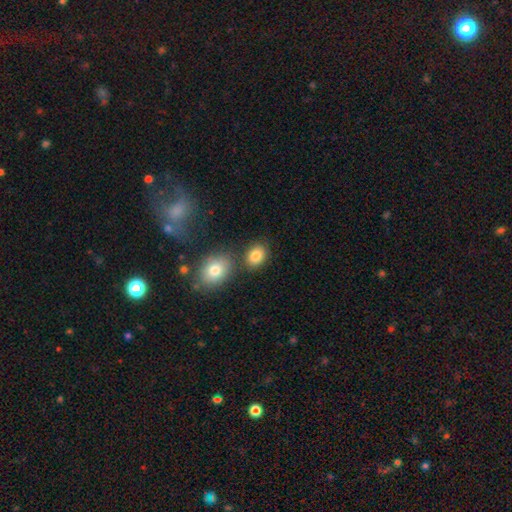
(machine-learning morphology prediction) smooth_or_featured: smooth (p=0.84) [alt: star or artifact p=0.09]
how_rounded: in between (p=0.65) [alt: round p=0.34]
merging: none (p=0.73) [alt: merger p=0.12]